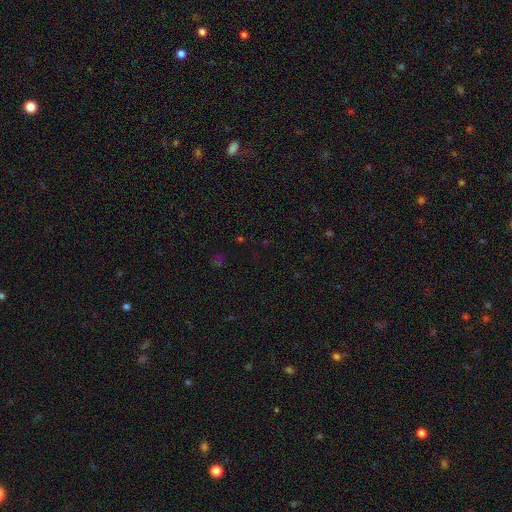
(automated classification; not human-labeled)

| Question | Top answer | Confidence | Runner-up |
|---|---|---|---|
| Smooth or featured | star or artifact | 64% | smooth (29%) |